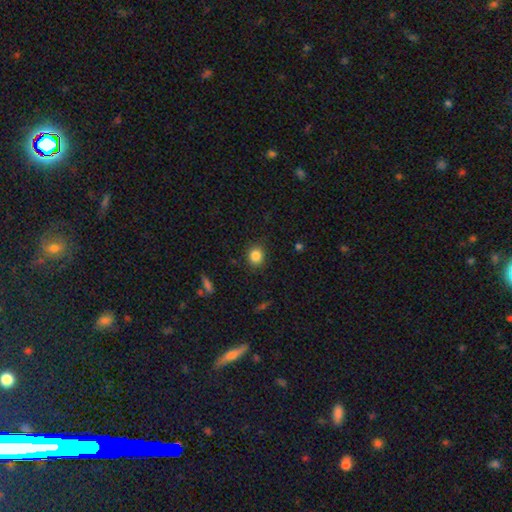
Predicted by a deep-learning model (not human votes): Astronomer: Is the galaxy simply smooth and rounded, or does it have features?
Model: smooth — 85%.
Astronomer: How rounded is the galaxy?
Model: round — 76%.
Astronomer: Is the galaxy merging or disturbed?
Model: none — 88%.